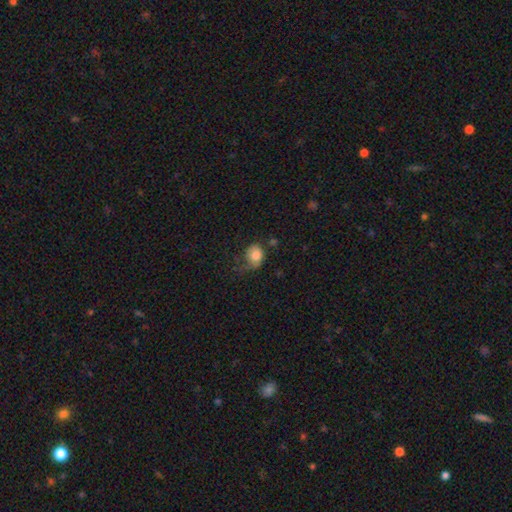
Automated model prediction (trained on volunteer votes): Q: Smooth or featured?
A: smooth (75%); runner-up: featured or disk (17%)
Q: How rounded?
A: round (54%); runner-up: in between (45%)
Q: Merging?
A: none (36%); runner-up: minor disturbance (30%)